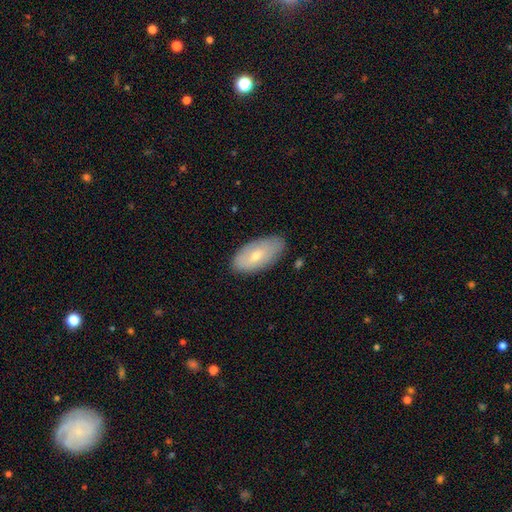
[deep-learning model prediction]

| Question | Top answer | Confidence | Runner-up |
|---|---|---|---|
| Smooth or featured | smooth | 62% | featured or disk (32%) |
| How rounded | in between | 92% | cigar-shaped (5%) |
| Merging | none | 80% | minor disturbance (16%) |